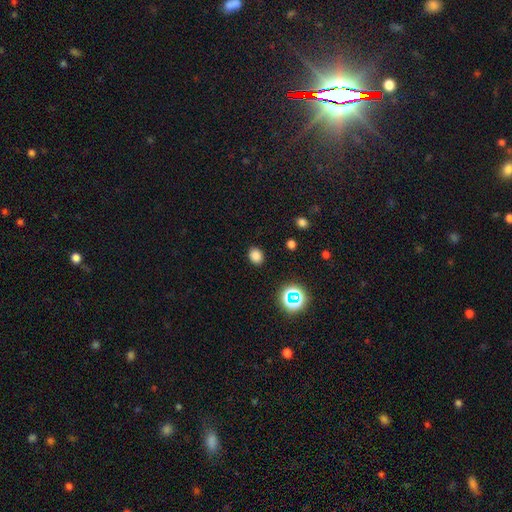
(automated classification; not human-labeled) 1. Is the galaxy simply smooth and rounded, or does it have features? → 79% smooth, 16% star or artifact, 5% featured or disk.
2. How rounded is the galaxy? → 53% round, 46% in between, 1% cigar-shaped.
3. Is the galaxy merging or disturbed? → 89% none, 7% minor disturbance, 3% major disturbance, 1% merger.